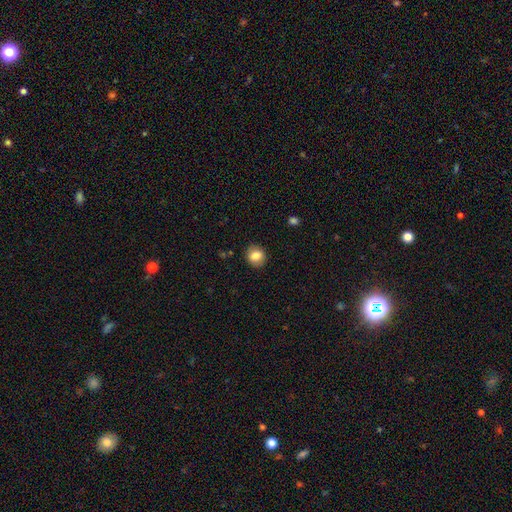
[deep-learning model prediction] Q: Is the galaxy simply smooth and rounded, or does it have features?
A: smooth — 82%.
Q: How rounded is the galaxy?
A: round — 75%.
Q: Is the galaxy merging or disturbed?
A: none — 88%.